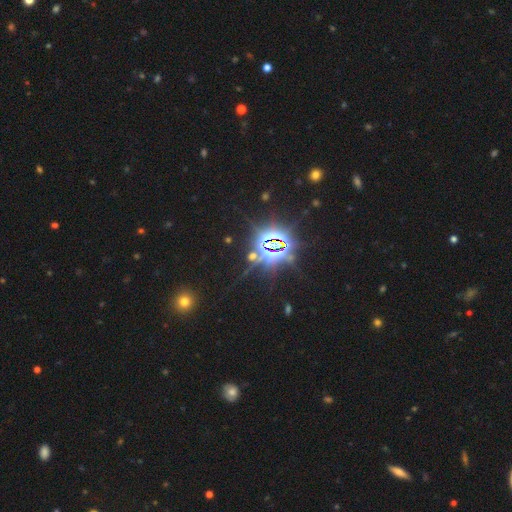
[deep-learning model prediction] Smooth or featured? Predicted: star or artifact (p=0.84).